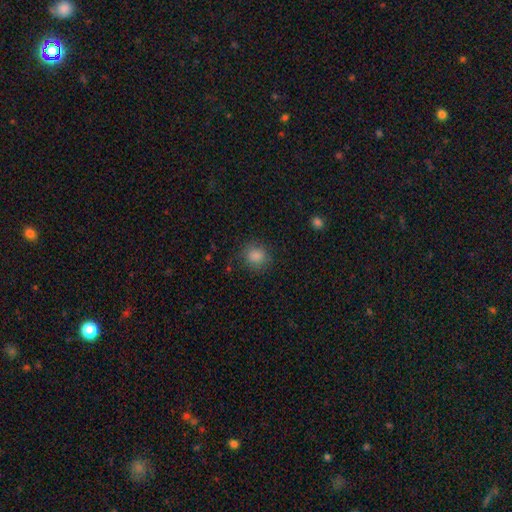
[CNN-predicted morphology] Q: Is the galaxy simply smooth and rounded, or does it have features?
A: smooth — 83%.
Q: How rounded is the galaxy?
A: round — 85%.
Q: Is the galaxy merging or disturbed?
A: none — 86%.